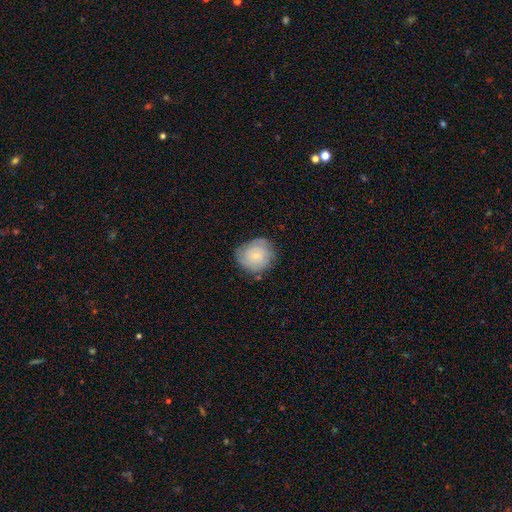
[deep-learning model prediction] A smooth galaxy with no disk features (50%) that is round (84%).

Vote fractions:
- Smooth or featured? smooth: 50% / featured or disk: 42% / star or artifact: 8%
- How rounded? round: 84% / in between: 15% / cigar-shaped: 1%
- Merging? none: 72% / minor disturbance: 20% / major disturbance: 6% / merger: 2%